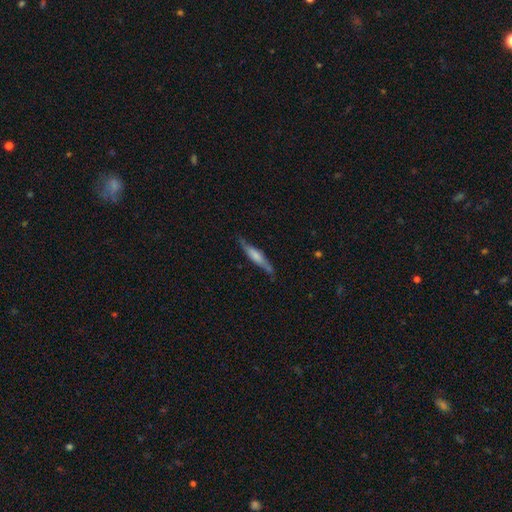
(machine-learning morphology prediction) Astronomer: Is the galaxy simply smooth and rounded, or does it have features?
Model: smooth — 48% (runner-up: featured or disk, 46%).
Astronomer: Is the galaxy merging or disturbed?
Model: none — 76%.